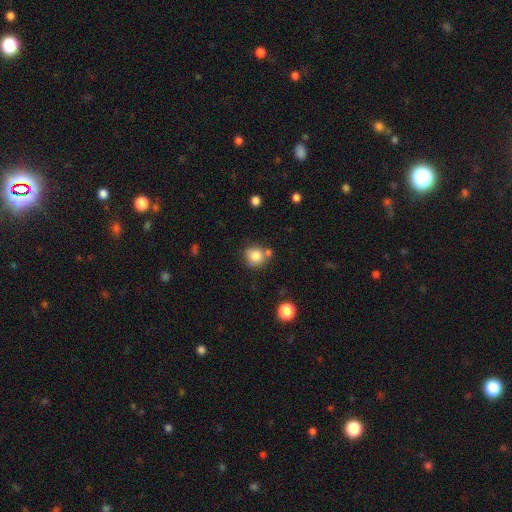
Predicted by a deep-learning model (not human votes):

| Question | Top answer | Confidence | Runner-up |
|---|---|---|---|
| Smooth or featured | smooth | 81% | star or artifact (11%) |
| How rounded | round | 81% | in between (18%) |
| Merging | none | 63% | merger (18%) |